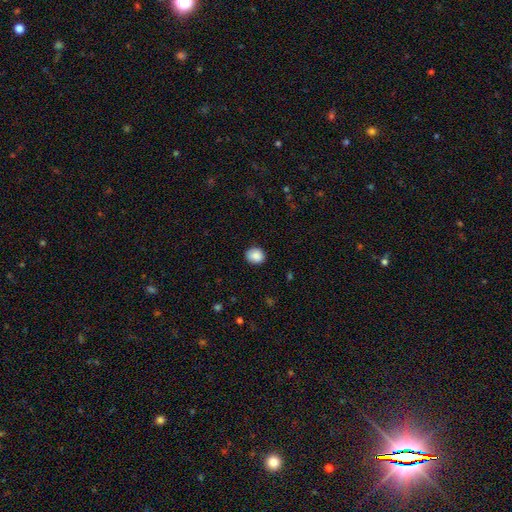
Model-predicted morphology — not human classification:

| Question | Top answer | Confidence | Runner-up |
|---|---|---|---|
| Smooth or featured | smooth | 89% | star or artifact (8%) |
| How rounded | round | 73% | in between (26%) |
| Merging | none | 87% | minor disturbance (9%) |